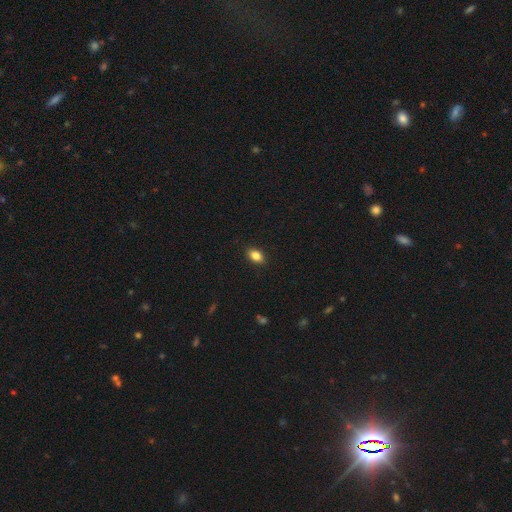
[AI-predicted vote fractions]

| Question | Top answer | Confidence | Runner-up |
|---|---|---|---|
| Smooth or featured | smooth | 85% | star or artifact (9%) |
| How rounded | in between | 85% | round (13%) |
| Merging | none | 89% | minor disturbance (8%) |